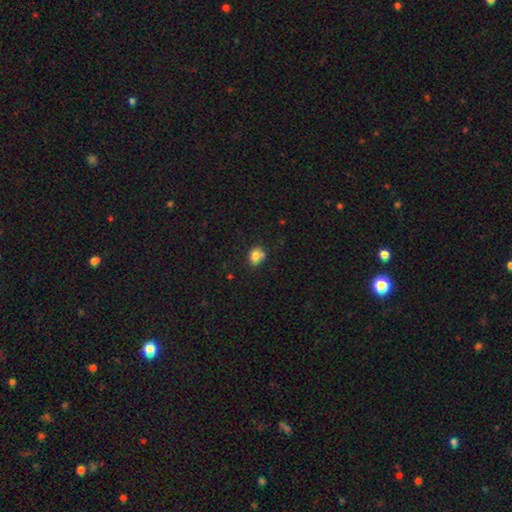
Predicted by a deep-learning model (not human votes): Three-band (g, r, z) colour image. It shows a smooth galaxy with no disk features (78%) that is round (51%). Merging: none (56%).